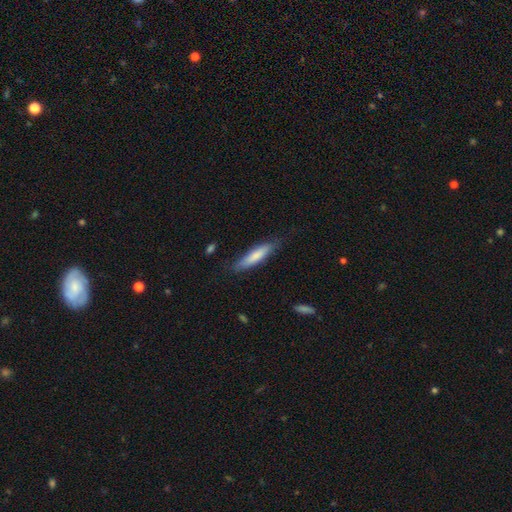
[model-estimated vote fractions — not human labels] A smooth galaxy with no disk features (75%) that is cigar-shaped (81%).

Vote fractions:
- Smooth or featured? smooth: 75% / featured or disk: 20% / star or artifact: 5%
- How rounded? cigar-shaped: 81% / in between: 18% / round: 1%
- Merging? none: 79% / minor disturbance: 16% / major disturbance: 3% / merger: 1%